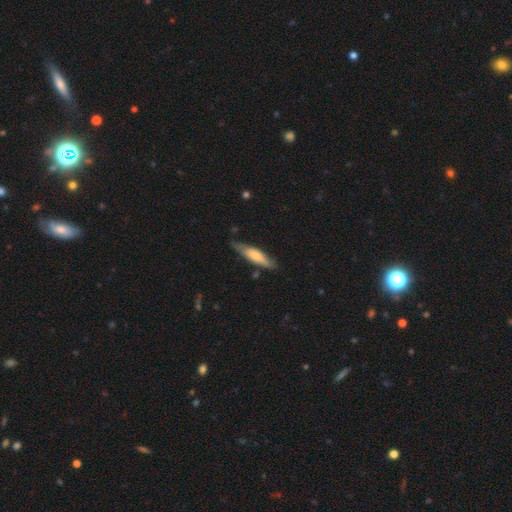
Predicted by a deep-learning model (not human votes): smooth_or_featured: smooth (p=0.59) [alt: featured or disk p=0.36]
how_rounded: cigar-shaped (p=0.72) [alt: in between p=0.26]
merging: none (p=0.73) [alt: minor disturbance p=0.20]